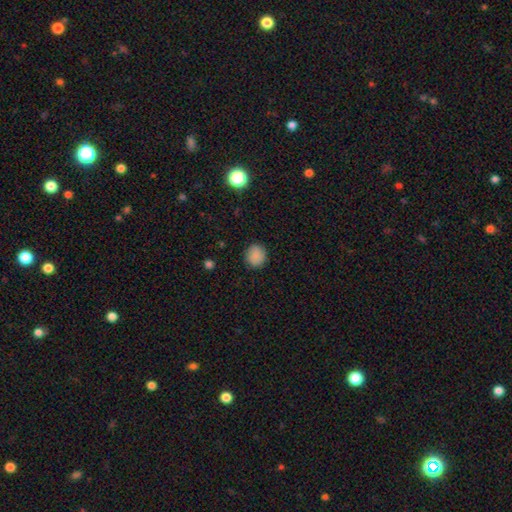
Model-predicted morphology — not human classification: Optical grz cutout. It shows a smooth galaxy with no disk features (87%) that is round (88%). Merging: none (89%).